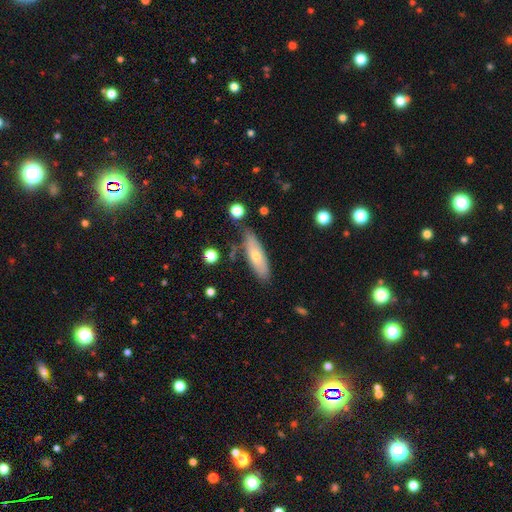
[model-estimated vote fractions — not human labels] Smooth or featured? Predicted: smooth (p=0.60). How rounded? Predicted: cigar-shaped (p=0.53). Merging? Predicted: none (p=0.75).